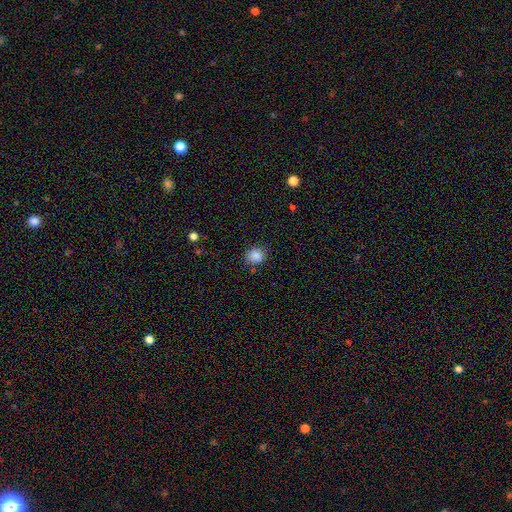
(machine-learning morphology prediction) Smooth or featured?
  - smooth: 86% *
  - star or artifact: 10%
  - featured or disk: 4%
How rounded?
  - round: 70% *
  - in between: 29%
  - cigar-shaped: 1%
Merging?
  - none: 78% *
  - minor disturbance: 15%
  - major disturbance: 4%
  - merger: 3%